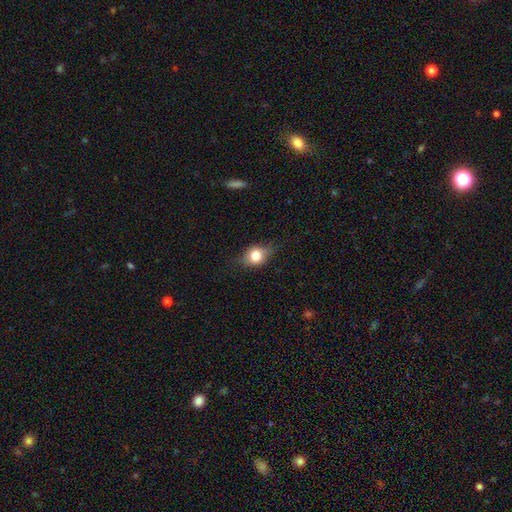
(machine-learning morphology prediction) Smooth or featured? Predicted: smooth (p=0.68). How rounded? Predicted: round (p=0.49). Merging? Predicted: none (p=0.72).